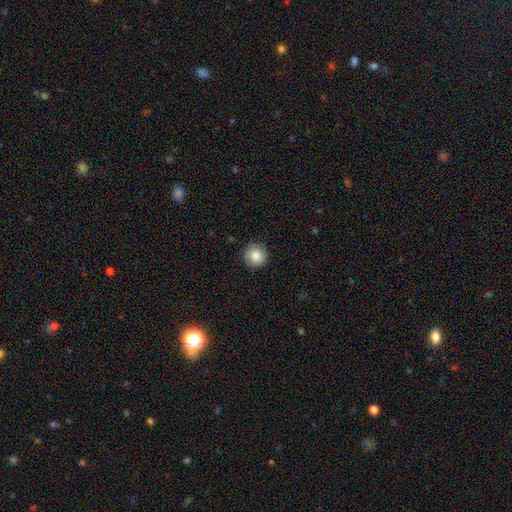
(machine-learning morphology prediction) Q: Smooth or featured?
A: smooth (85%); runner-up: star or artifact (8%)
Q: How rounded?
A: round (94%); runner-up: in between (5%)
Q: Merging?
A: none (85%); runner-up: minor disturbance (12%)